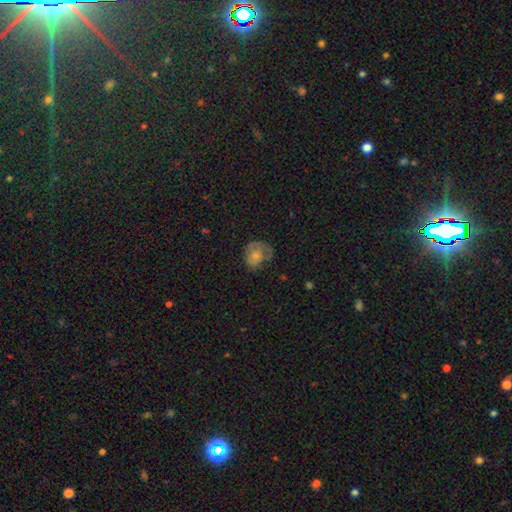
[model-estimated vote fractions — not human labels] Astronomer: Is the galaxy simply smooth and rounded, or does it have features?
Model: smooth — 57% (runner-up: featured or disk, 34%).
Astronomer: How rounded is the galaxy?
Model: round — 58% (runner-up: in between, 41%).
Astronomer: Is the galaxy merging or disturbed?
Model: none — 41% (runner-up: minor disturbance, 29%).